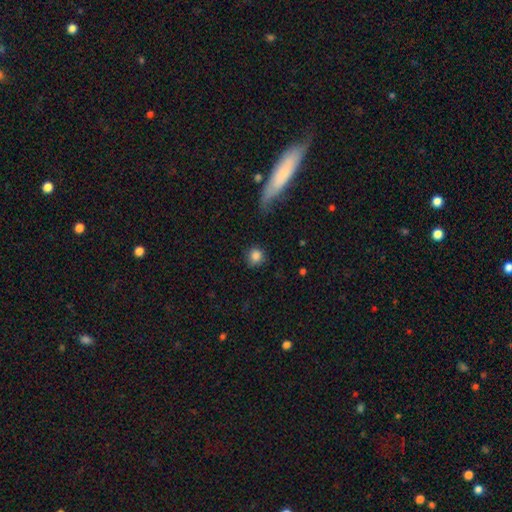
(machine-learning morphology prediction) Smooth or featured?
  - smooth: 85% *
  - star or artifact: 9%
  - featured or disk: 6%
How rounded?
  - round: 85% *
  - in between: 13%
  - cigar-shaped: 1%
Merging?
  - none: 77% *
  - minor disturbance: 15%
  - major disturbance: 6%
  - merger: 3%